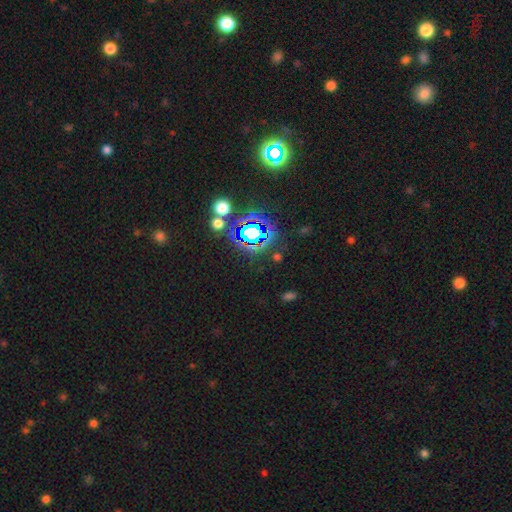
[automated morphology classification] A star or artifact, not a galaxy (76%).